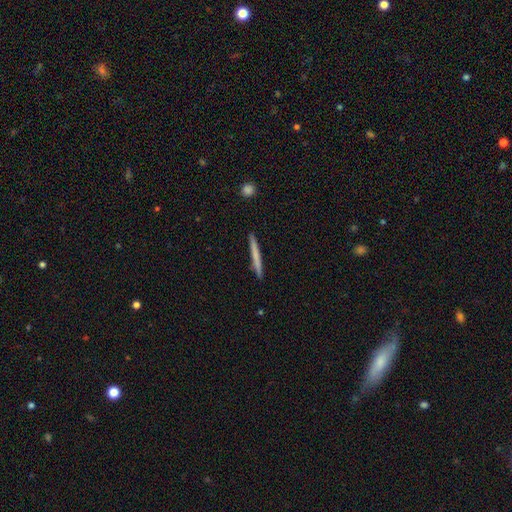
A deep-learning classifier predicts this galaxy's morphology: A smooth galaxy with no disk features (63%) that is cigar-shaped (97%).

Vote fractions:
- Smooth or featured? smooth: 63% / featured or disk: 32% / star or artifact: 6%
- How rounded? cigar-shaped: 97% / in between: 2% / round: 1%
- Merging? none: 92% / minor disturbance: 6% / major disturbance: 1% / merger: 1%